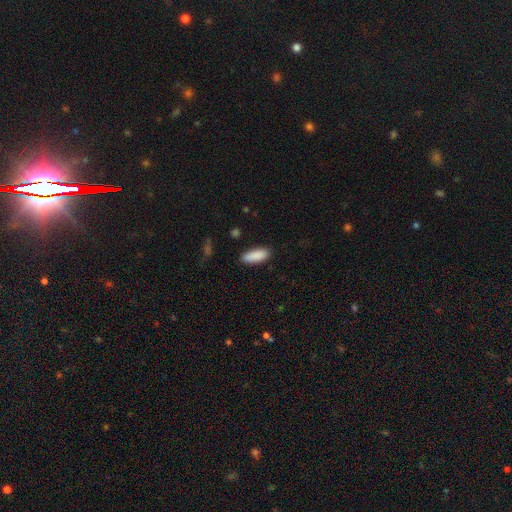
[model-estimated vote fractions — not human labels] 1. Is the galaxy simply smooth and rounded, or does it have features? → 90% smooth, 6% star or artifact, 4% featured or disk.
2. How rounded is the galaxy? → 72% in between, 26% cigar-shaped, 2% round.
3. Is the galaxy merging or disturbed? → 88% none, 9% minor disturbance, 2% major disturbance, 1% merger.